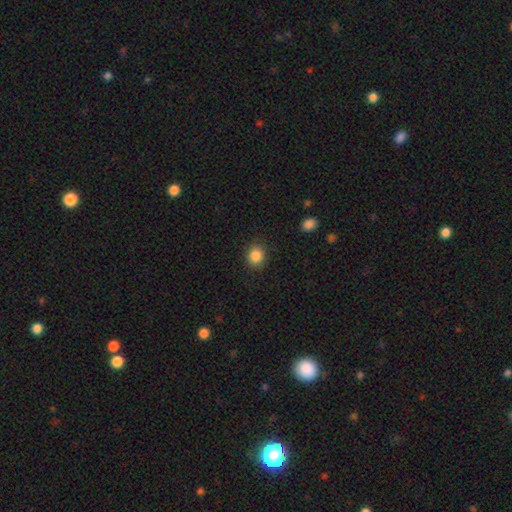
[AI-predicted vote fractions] Smooth or featured? Predicted: smooth (p=0.86). How rounded? Predicted: round (p=0.74). Merging? Predicted: none (p=0.88).